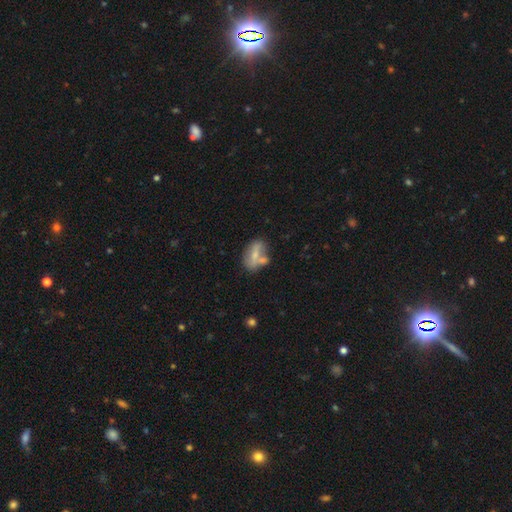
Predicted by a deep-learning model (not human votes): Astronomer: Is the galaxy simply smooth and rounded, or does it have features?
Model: smooth — 58% (runner-up: featured or disk, 34%).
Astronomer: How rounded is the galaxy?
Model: in between — 82%.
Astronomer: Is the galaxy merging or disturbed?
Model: none — 45% (runner-up: merger, 29%).